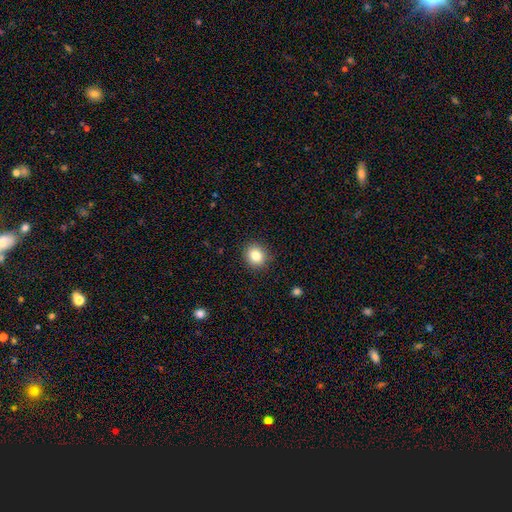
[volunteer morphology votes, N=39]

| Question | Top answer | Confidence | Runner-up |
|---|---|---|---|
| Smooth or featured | smooth | 87% | star or artifact (13%) |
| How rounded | round | 88% | in between (12%) |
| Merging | none | 88% | minor disturbance (12%) |